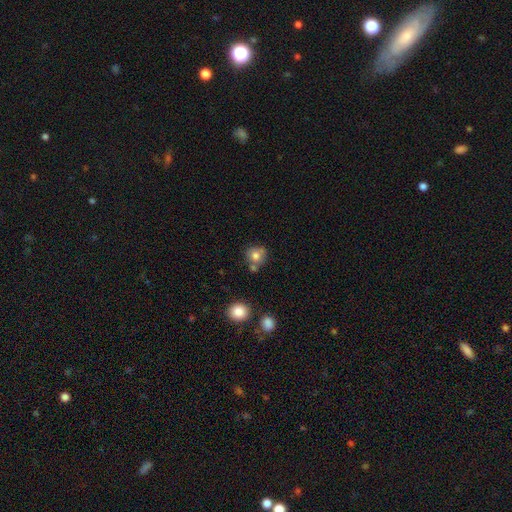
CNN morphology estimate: Smooth or featured?
  - smooth: 76% *
  - featured or disk: 13%
  - star or artifact: 12%
How rounded?
  - round: 84% *
  - in between: 15%
  - cigar-shaped: 1%
Merging?
  - none: 63% *
  - merger: 17%
  - minor disturbance: 16%
  - major disturbance: 5%